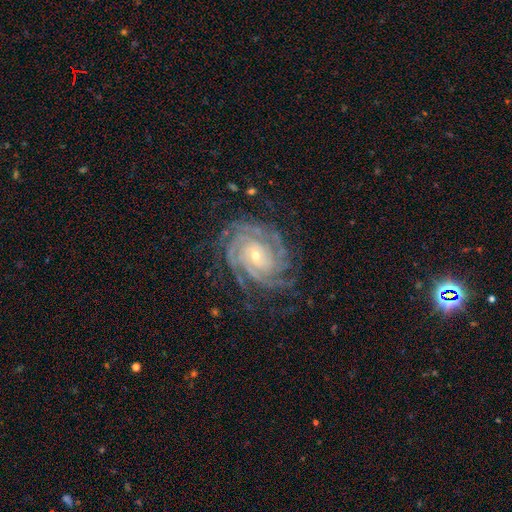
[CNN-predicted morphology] type=featured or disk (91%); edge-on=no (97%); bar=no (68%); spiral arms=yes (99%); winding=tight (80%); arm count=4 (32%); bulge=small (73%); merging=none (77%).